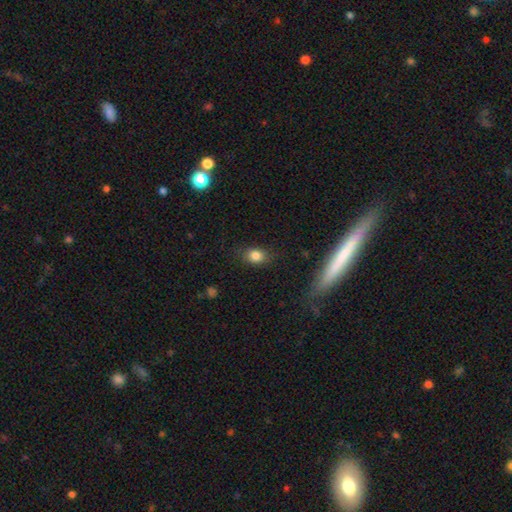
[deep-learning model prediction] smooth 83%, star or artifact 10%, featured or disk 7%. Down the decision tree: how rounded — in between (62%); merging — none (81%).